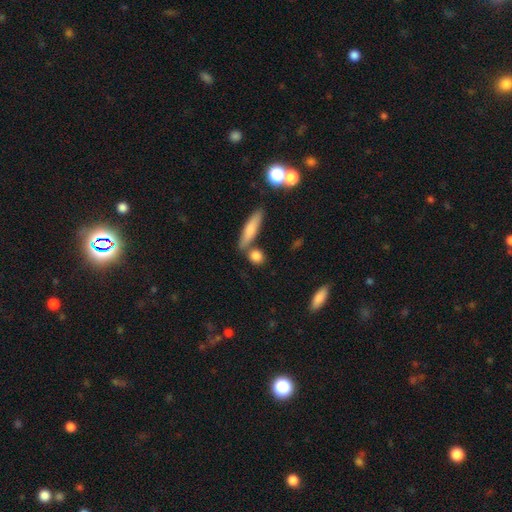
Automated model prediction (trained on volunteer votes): smooth 82%, featured or disk 9%, star or artifact 8%. Down the decision tree: how rounded — round (54%); merging — none (67%).